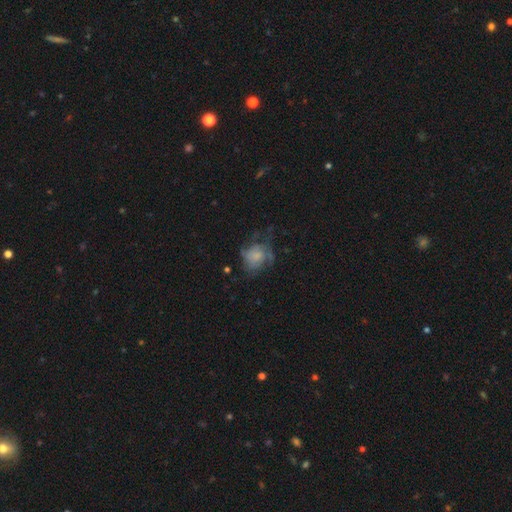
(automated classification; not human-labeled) smooth_or_featured: featured or disk (p=0.50) [alt: smooth p=0.41]
merging: none (p=0.43) [alt: major disturbance p=0.30]